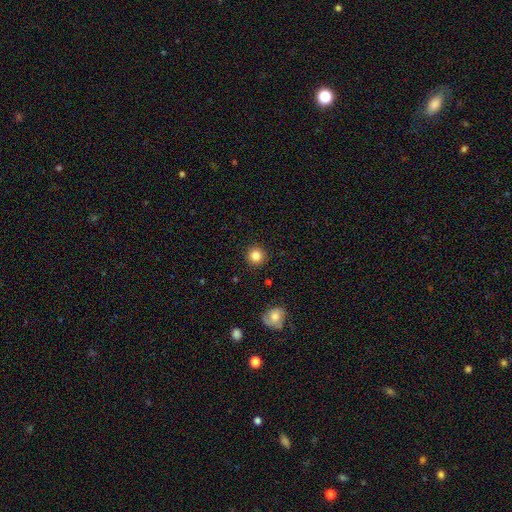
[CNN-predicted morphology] type=smooth (85%); roundness=round (94%); merging=none (92%).